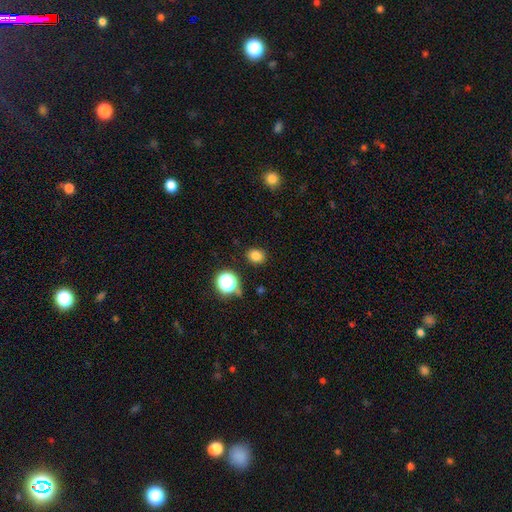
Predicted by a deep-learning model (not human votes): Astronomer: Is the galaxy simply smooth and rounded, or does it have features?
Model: smooth — 81%.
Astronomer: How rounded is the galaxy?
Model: round — 57% (runner-up: in between, 42%).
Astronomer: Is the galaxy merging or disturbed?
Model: none — 87%.